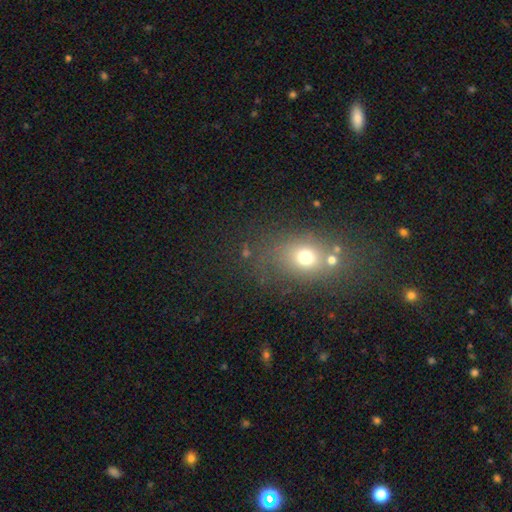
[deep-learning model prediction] smooth-or-featured: smooth: 57% | star or artifact: 27% | featured or disk: 16%
  how-rounded: in between: 50% | round: 46% | cigar-shaped: 4%
  merging: none: 60% | merger: 22% | minor disturbance: 12% | major disturbance: 6%